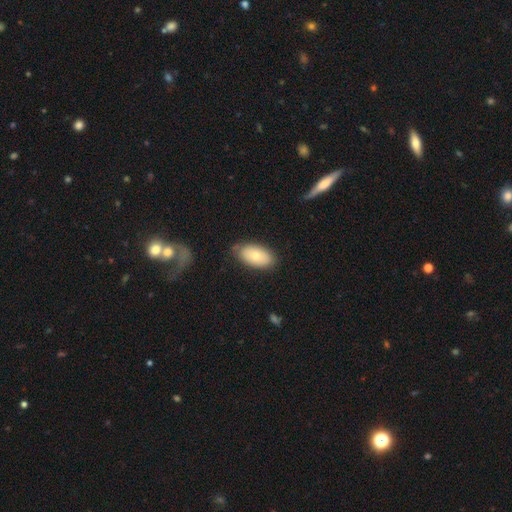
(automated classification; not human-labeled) This appears to be a smooth galaxy with no disk features (71%) that is in between round and cigar-shaped (94%). Merging: none (77%).